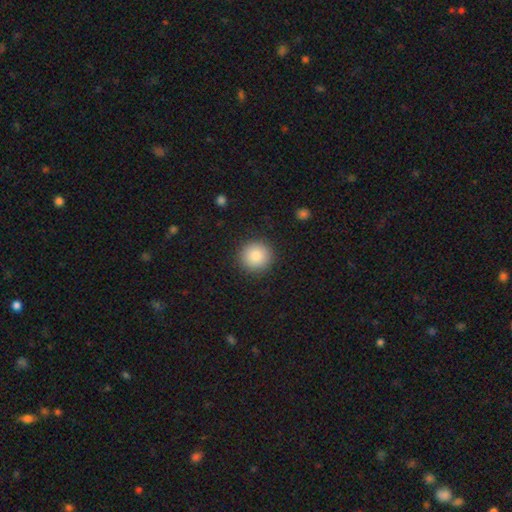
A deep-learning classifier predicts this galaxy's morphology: Smooth or featured? Predicted: smooth (p=0.85). How rounded? Predicted: round (p=0.94). Merging? Predicted: none (p=0.91).